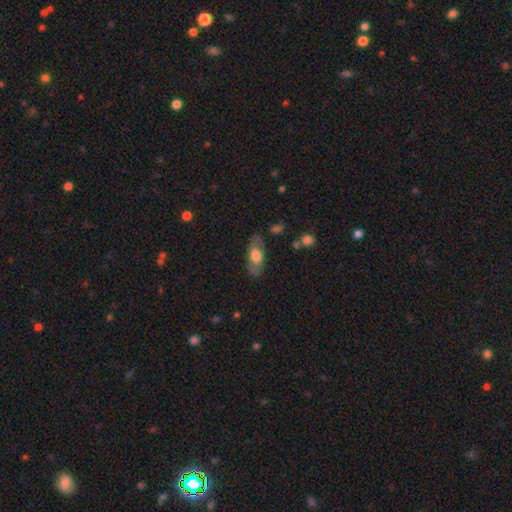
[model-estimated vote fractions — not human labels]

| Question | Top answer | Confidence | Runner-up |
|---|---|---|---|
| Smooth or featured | smooth | 59% | featured or disk (34%) |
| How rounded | in between | 82% | cigar-shaped (14%) |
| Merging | none | 75% | minor disturbance (17%) |